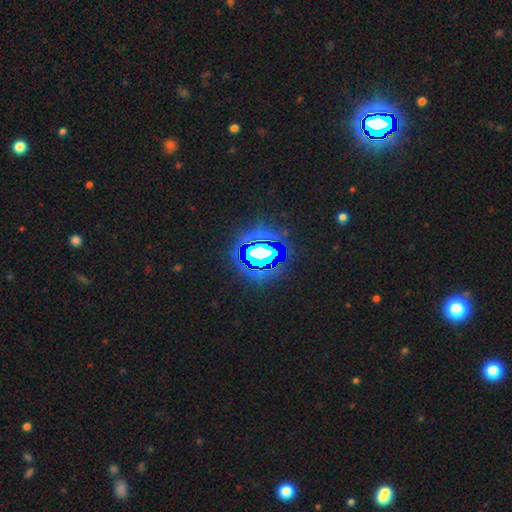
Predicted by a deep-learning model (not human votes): Smooth or featured? star or artifact (67%)